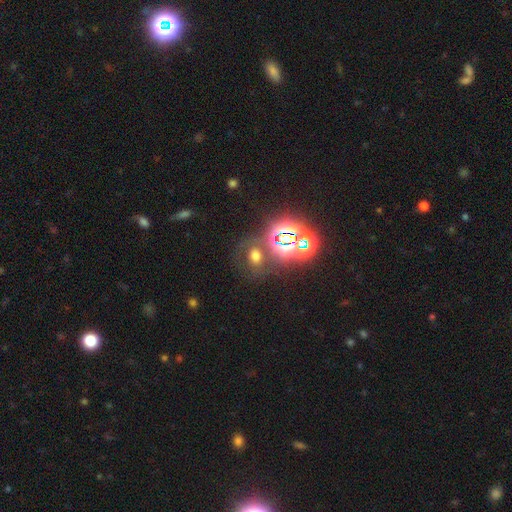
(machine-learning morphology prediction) The model was most divided on "smooth or featured": smooth: 45%, star or artifact: 41%, featured or disk: 14%. More confident: merging — none (67%).